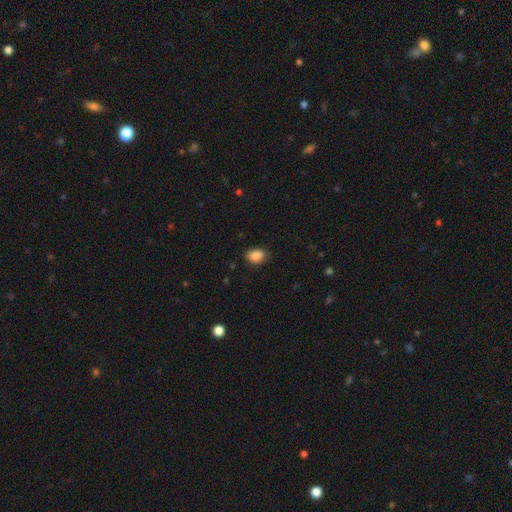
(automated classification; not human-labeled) A smooth galaxy with no disk features (88%) that is in between round and cigar-shaped (72%). Merging: none (79%).